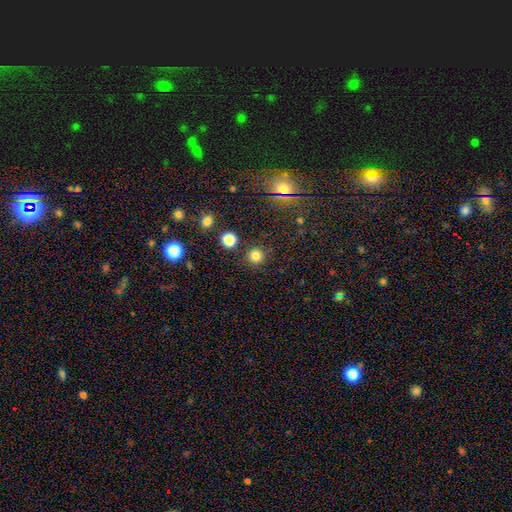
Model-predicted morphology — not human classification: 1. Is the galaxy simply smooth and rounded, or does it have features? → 79% smooth, 15% star or artifact, 5% featured or disk.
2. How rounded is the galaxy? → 94% round, 5% in between, 1% cigar-shaped.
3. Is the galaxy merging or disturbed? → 89% none, 6% minor disturbance, 3% merger, 3% major disturbance.